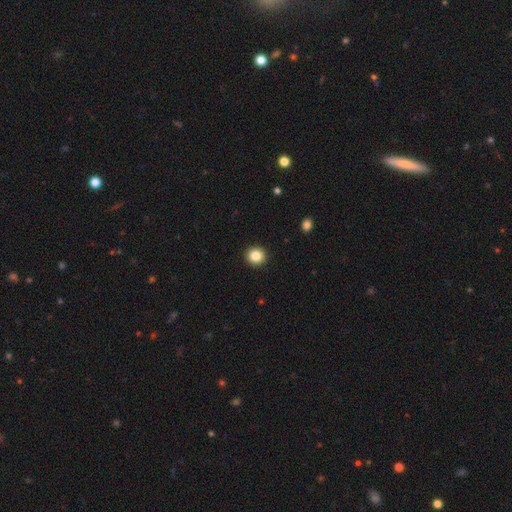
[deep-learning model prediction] Smooth or featured? Predicted: smooth (p=0.86). How rounded? Predicted: round (p=0.91). Merging? Predicted: none (p=0.93).